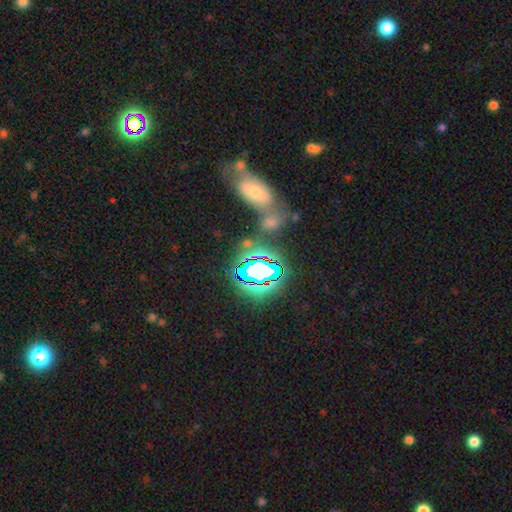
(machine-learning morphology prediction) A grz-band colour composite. It shows a star or artifact, not a galaxy (65%).